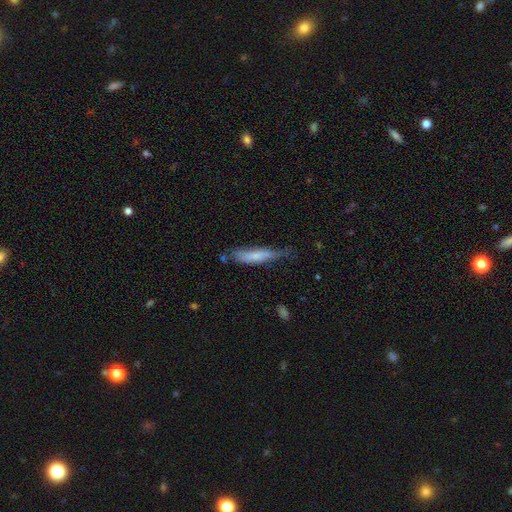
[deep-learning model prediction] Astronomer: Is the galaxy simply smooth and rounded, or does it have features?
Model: smooth — 66%.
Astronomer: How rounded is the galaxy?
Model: cigar-shaped — 81%.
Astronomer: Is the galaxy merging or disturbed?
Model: none — 48% (runner-up: minor disturbance, 36%).